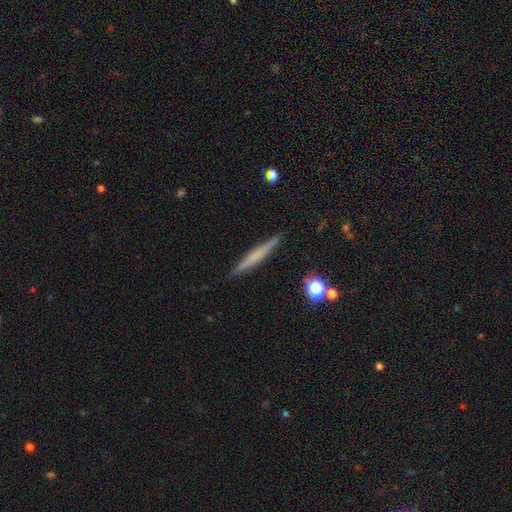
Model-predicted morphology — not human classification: A featured or disk galaxy (46%, tied with smooth).

Vote fractions:
- Smooth or featured? featured or disk: 46% (tied) / smooth: 46% (tied) / star or artifact: 7%
- Merging? none: 90% / minor disturbance: 7% / major disturbance: 2% / merger: 1%